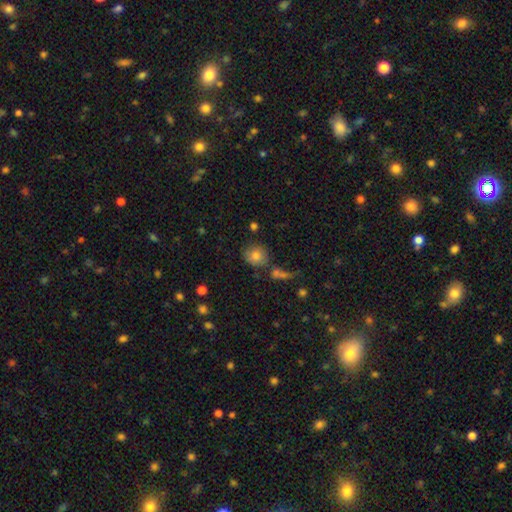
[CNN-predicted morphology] A smooth galaxy with no disk features (80%) that is round (81%).

Vote fractions:
- Smooth or featured? smooth: 80% / featured or disk: 10% / star or artifact: 10%
- How rounded? round: 81% / in between: 18% / cigar-shaped: 1%
- Merging? none: 70% / minor disturbance: 14% / merger: 11% / major disturbance: 5%